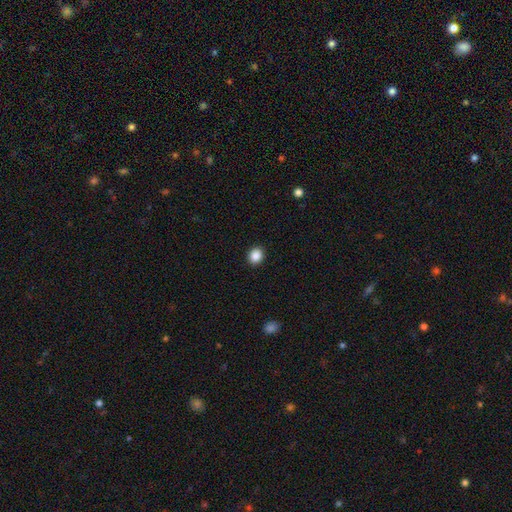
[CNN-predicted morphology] Smooth or featured? smooth (87%)
How rounded? round (75%)
Merging? none (92%)